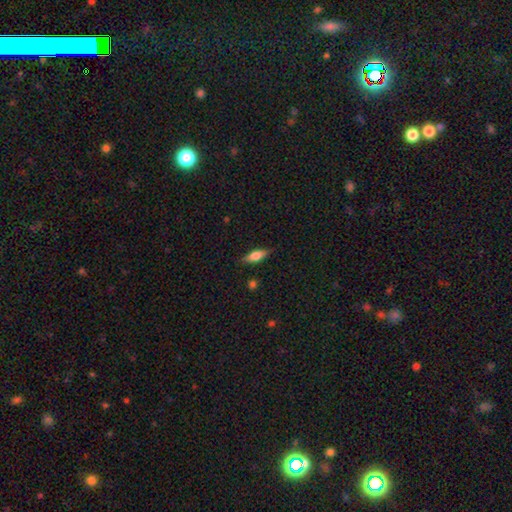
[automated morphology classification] This appears to be a smooth galaxy with no disk features (65%) that is in between round and cigar-shaped (61%). Merging: none (82%).